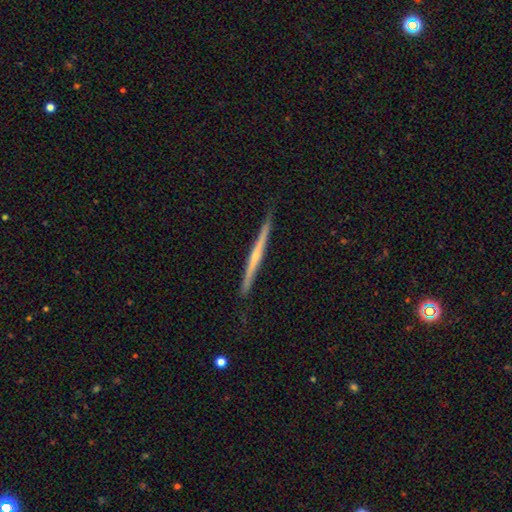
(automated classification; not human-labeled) Smooth or featured?
  - featured or disk: 72% *
  - smooth: 22%
  - star or artifact: 5%
Edge-on disk?
  - yes: 98% *
  - no: 2%
Edge-on bulge?
  - rounded: 52% *
  - none: 43%
  - boxy: 5%
Merging?
  - none: 87% *
  - minor disturbance: 10%
  - major disturbance: 2%
  - merger: 1%